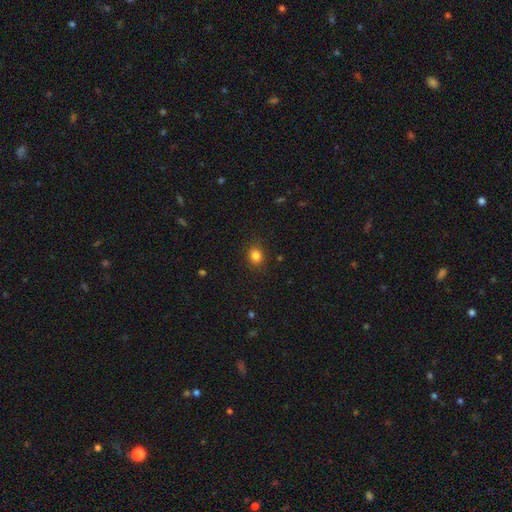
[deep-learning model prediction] Morphology: type=smooth (83%); roundness=round (70%); merging=none (88%).